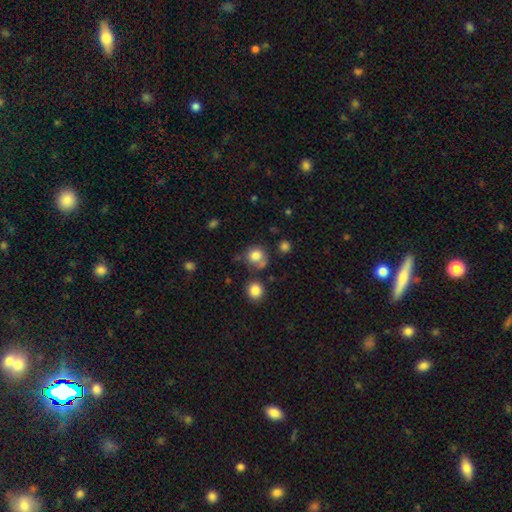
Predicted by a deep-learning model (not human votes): This appears to be a smooth galaxy with no disk features (80%) that is round (82%). Merging: none (60%).